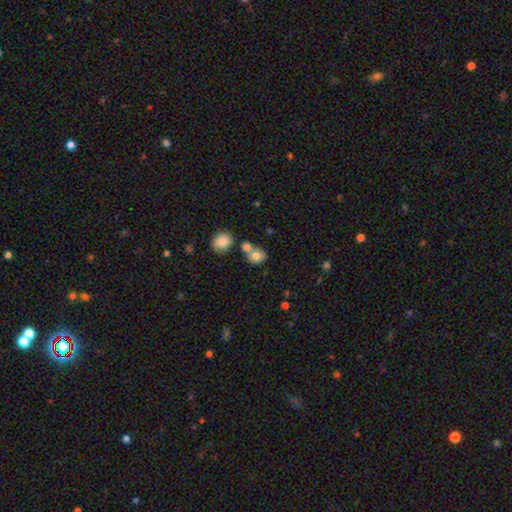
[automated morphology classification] A smooth galaxy with no disk features (78%) that is round (72%).

Vote fractions:
- Smooth or featured? smooth: 78% / featured or disk: 12% / star or artifact: 10%
- How rounded? round: 72% / in between: 27% / cigar-shaped: 1%
- Merging? none: 44% / merger: 41% / minor disturbance: 11% / major disturbance: 4%